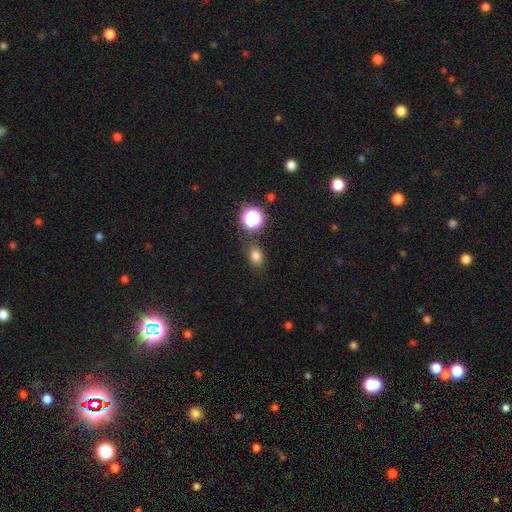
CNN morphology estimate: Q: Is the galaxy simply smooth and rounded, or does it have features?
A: smooth — 77%.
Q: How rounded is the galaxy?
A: in between — 63%.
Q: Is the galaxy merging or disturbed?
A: none — 81%.